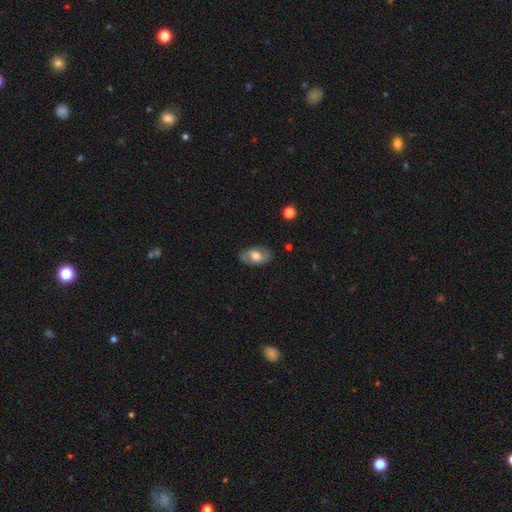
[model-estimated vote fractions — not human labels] Smooth or featured? Predicted: smooth (p=0.52). How rounded? Predicted: in between (p=0.90). Merging? Predicted: none (p=0.81).